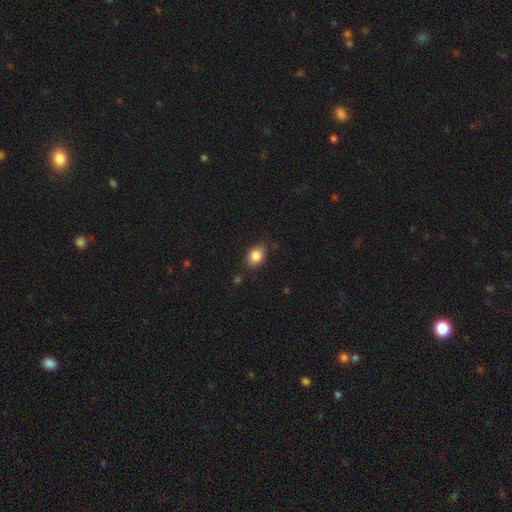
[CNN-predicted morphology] Overall: smooth (83%). How rounded: in between (74%). Merging: none (77%).